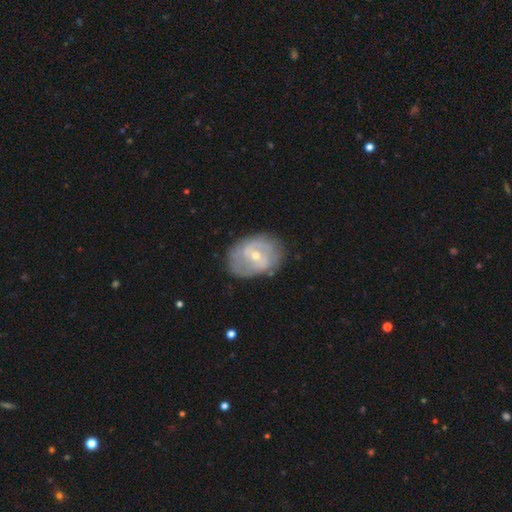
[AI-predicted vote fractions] Q: Smooth or featured?
A: featured or disk (71%); runner-up: smooth (22%)
Q: Edge-on disk?
A: no (96%); runner-up: yes (4%)
Q: Bar?
A: no (44%); runner-up: weak (42%)
Q: Spiral arms?
A: yes (72%); runner-up: no (28%)
Q: Bulge size?
A: small (52%); runner-up: moderate (45%)
Q: Merging?
A: none (73%); runner-up: minor disturbance (19%)